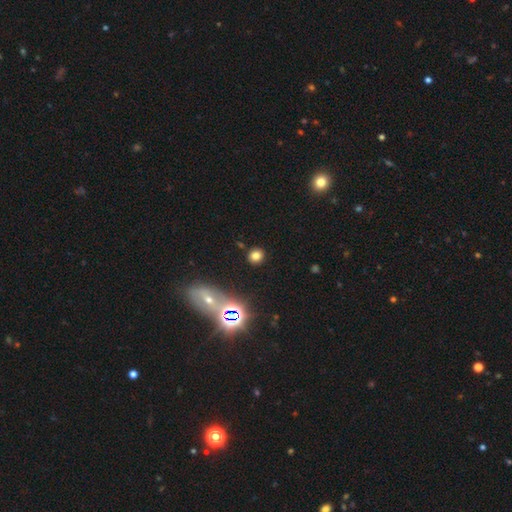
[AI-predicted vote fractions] Smooth or featured?
  - smooth: 73% *
  - star or artifact: 19%
  - featured or disk: 7%
How rounded?
  - round: 83% *
  - in between: 16%
  - cigar-shaped: 1%
Merging?
  - none: 87% *
  - minor disturbance: 7%
  - merger: 3%
  - major disturbance: 3%